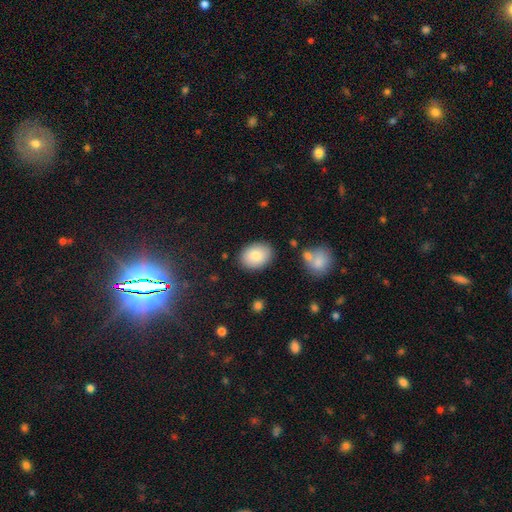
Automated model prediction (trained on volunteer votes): A smooth galaxy with no disk features (82%) that is in between round and cigar-shaped (69%).

Vote fractions:
- Smooth or featured? smooth: 82% / featured or disk: 10% / star or artifact: 8%
- How rounded? in between: 69% / round: 30% / cigar-shaped: 1%
- Merging? none: 86% / minor disturbance: 10% / major disturbance: 3% / merger: 2%